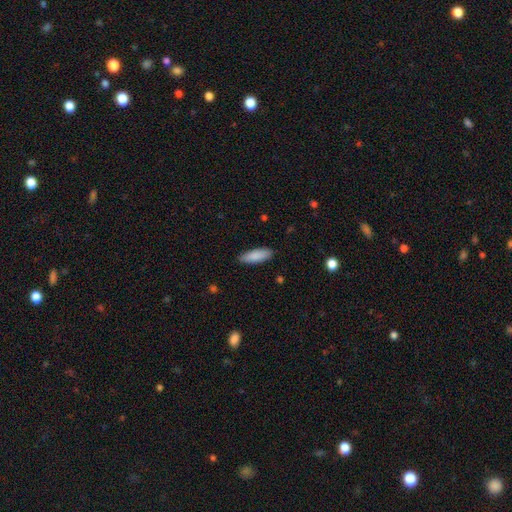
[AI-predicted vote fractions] The model was most divided on "how rounded": in between: 60%, cigar-shaped: 39%, round: 1%. More confident: smooth or featured — smooth (87%); merging — none (86%).